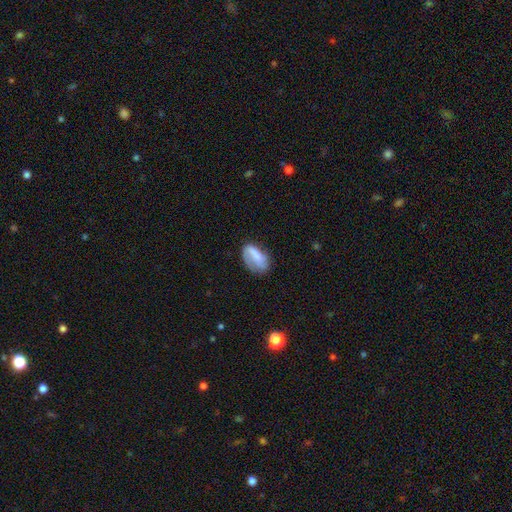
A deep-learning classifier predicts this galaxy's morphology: A smooth galaxy with no disk features (49%).

Vote fractions:
- Smooth or featured? smooth: 49% / featured or disk: 44% / star or artifact: 8%
- Merging? none: 55% / minor disturbance: 27% / major disturbance: 15% / merger: 2%